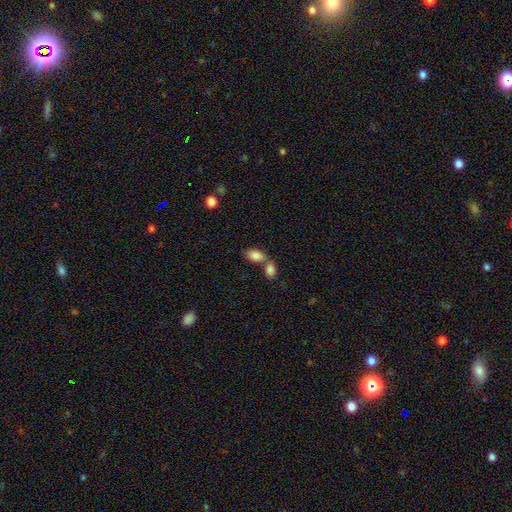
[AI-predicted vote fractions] Smooth or featured: smooth — 85% (featured or disk — 8%)
How rounded: in between — 92% (round — 6%)
Merging: merger — 49% (none — 38%)